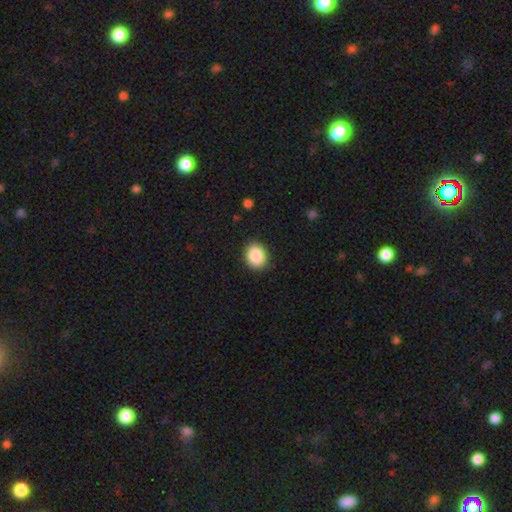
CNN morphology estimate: A smooth galaxy with no disk features (88%) that is round (51%). Merging: none (89%).